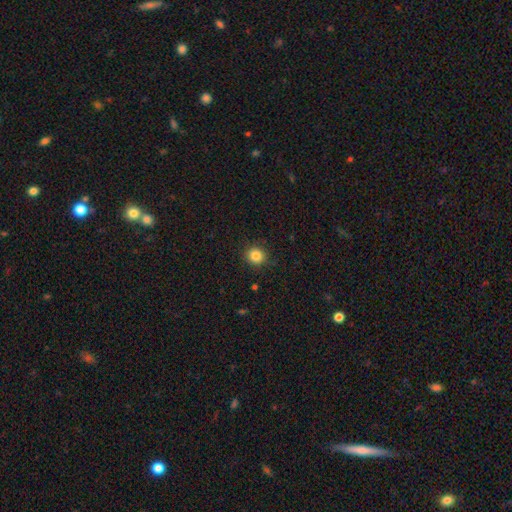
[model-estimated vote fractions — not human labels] Q: Smooth or featured?
A: smooth (85%); runner-up: star or artifact (11%)
Q: How rounded?
A: round (88%); runner-up: in between (11%)
Q: Merging?
A: none (89%); runner-up: minor disturbance (7%)